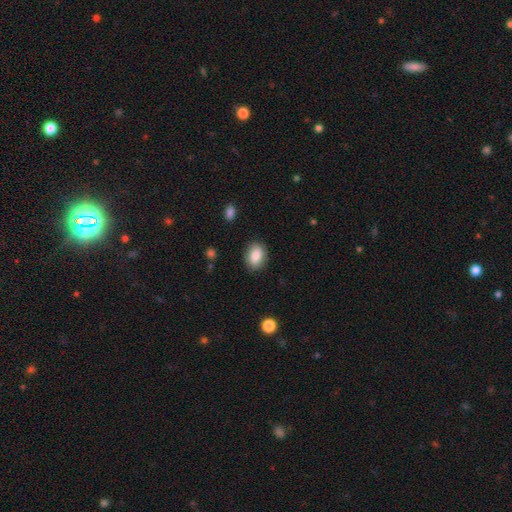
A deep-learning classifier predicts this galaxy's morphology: smooth-or-featured: smooth: 86% | star or artifact: 7% | featured or disk: 6%
  how-rounded: in between: 82% | round: 17% | cigar-shaped: 1%
  merging: none: 85% | minor disturbance: 11% | major disturbance: 3% | merger: 1%